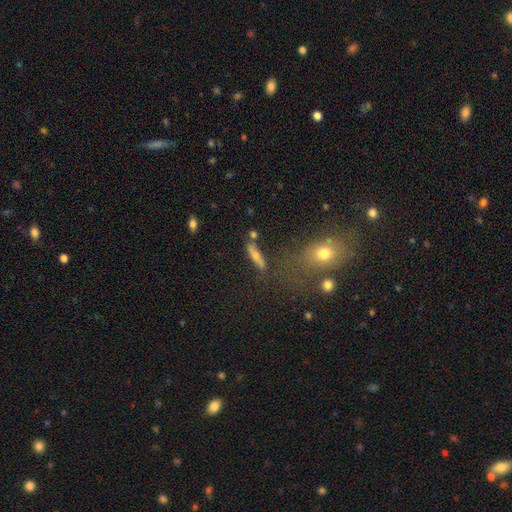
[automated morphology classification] Overall: smooth (47%; featured or disk 38%). Merging: none (61%).